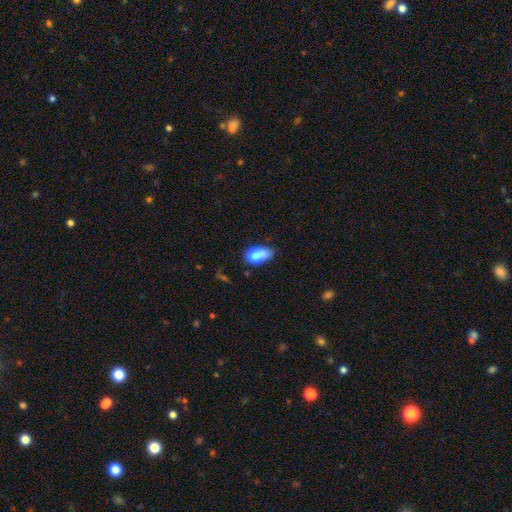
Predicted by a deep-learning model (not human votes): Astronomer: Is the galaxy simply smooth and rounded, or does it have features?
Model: smooth — 78%.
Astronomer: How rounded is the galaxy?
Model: in between — 87%.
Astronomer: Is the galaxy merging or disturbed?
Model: minor disturbance — 38% (runner-up: none, 37%).